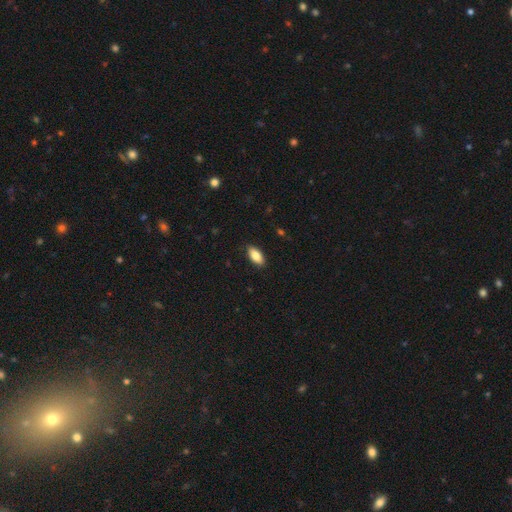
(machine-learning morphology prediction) smooth_or_featured: smooth (p=0.83) [alt: featured or disk p=0.10]
how_rounded: in between (p=0.88) [alt: cigar-shaped p=0.10]
merging: none (p=0.87) [alt: minor disturbance p=0.10]